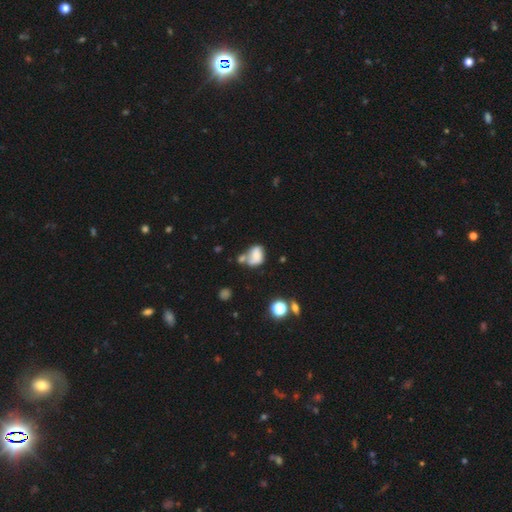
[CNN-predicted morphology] This is likely a smooth galaxy (63%). How rounded: likely in between (74%). Merging: marginally merger (42%).